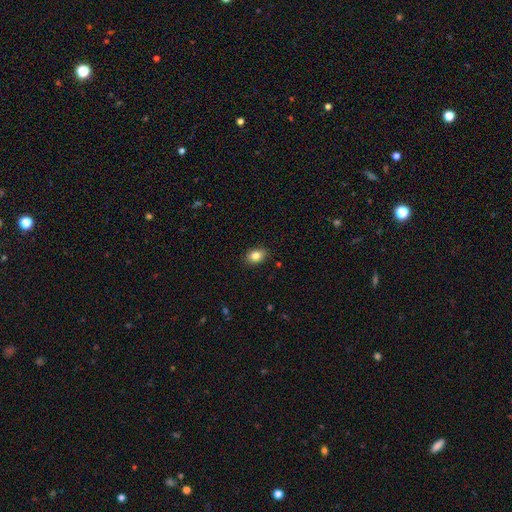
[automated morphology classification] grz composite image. It shows a smooth galaxy with no disk features (84%) that is in between round and cigar-shaped (77%). Merging: none (87%).